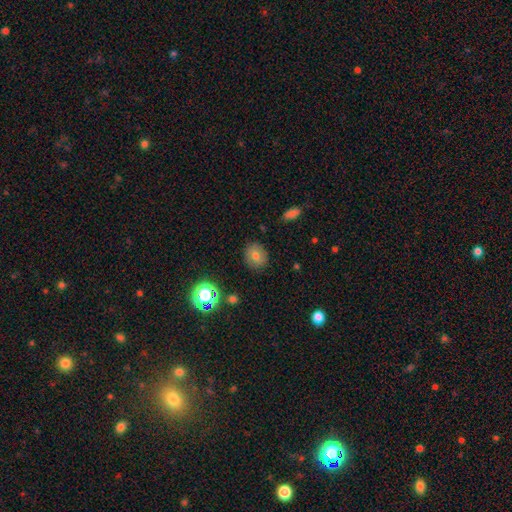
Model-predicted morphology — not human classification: This appears to be a smooth galaxy with no disk features (72%) that is round (74%). Merging: none (86%).